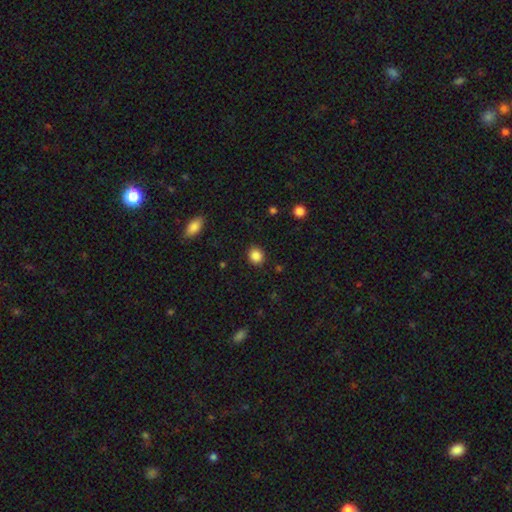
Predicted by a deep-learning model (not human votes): The model was most divided on "how rounded": round: 77%, in between: 22%, cigar-shaped: 1%. More confident: merging — none (89%); smooth or featured — smooth (87%).